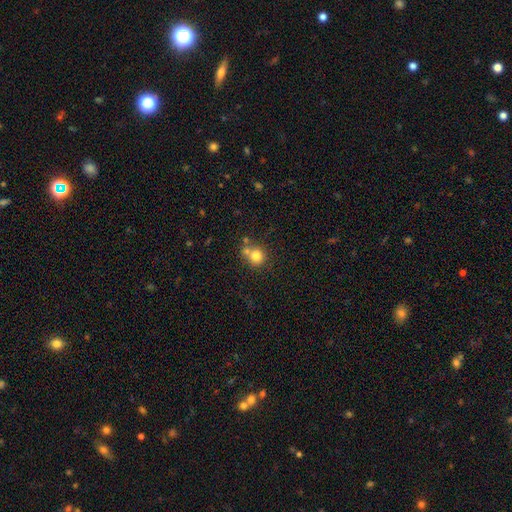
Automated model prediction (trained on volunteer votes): Morphology: type=smooth (78%); roundness=round (87%); merging=none (54%).